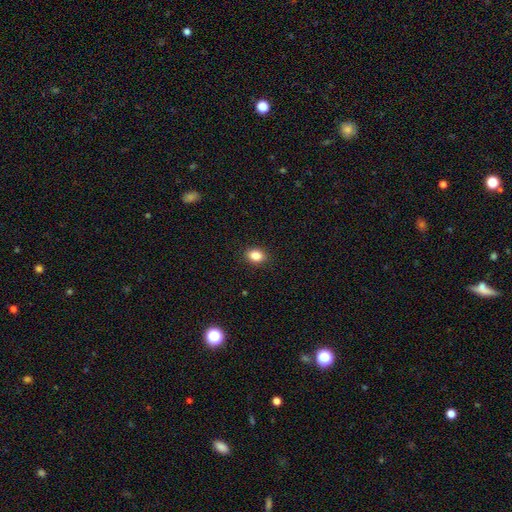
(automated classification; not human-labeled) This is clearly a smooth galaxy (86%). How rounded: likely in between (70%). Merging: clearly none (89%).